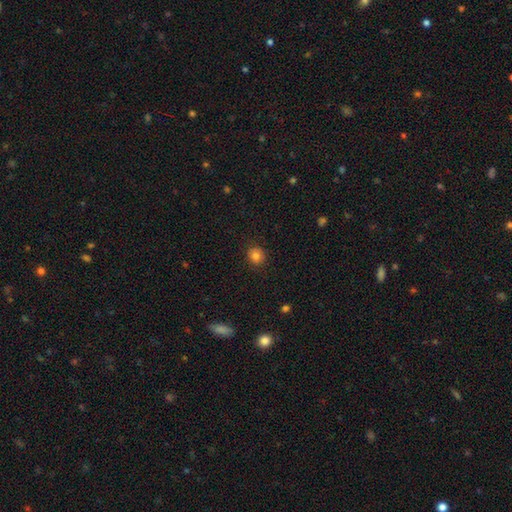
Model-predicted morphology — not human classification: Smooth or featured? Predicted: smooth (p=0.82). How rounded? Predicted: round (p=0.86). Merging? Predicted: none (p=0.89).